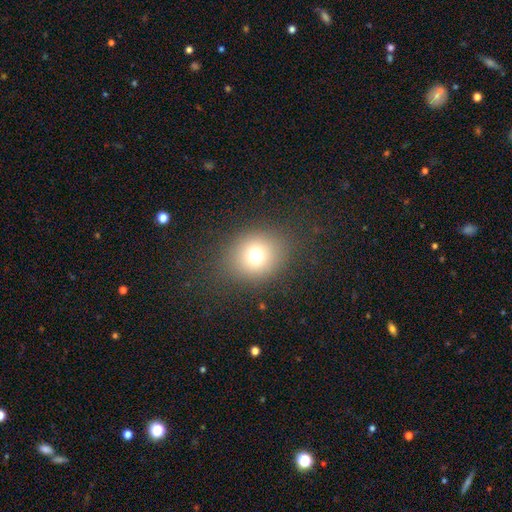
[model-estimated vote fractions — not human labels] Q: Smooth or featured?
A: smooth (71%); runner-up: star or artifact (18%)
Q: How rounded?
A: round (71%); runner-up: in between (28%)
Q: Merging?
A: none (83%); runner-up: minor disturbance (9%)